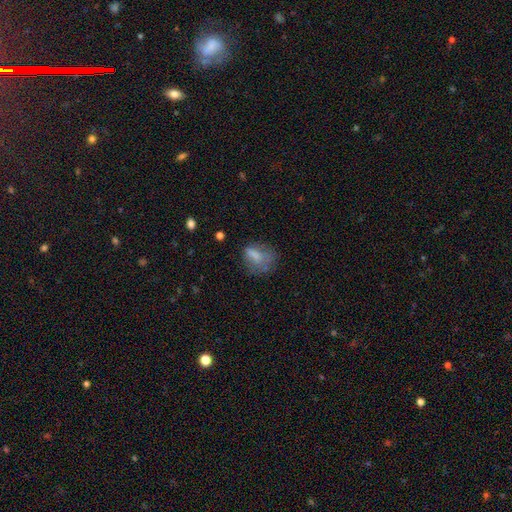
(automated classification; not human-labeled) The model was most divided on "merging": none: 42%, major disturbance: 27%, minor disturbance: 27%, merger: 3%. More confident: smooth or featured — smooth (68%); how rounded — in between (63%).